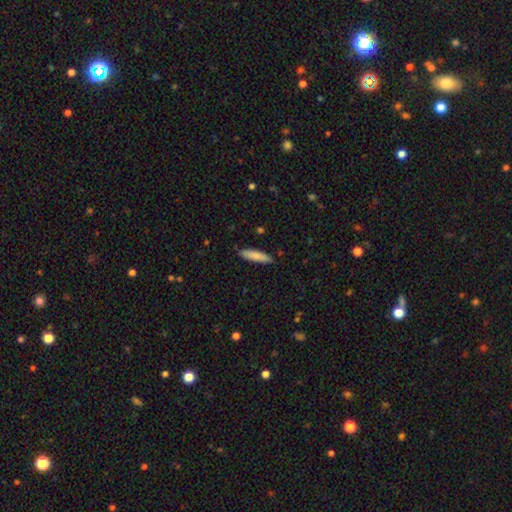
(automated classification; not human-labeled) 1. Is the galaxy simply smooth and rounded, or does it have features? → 83% smooth, 11% featured or disk, 6% star or artifact.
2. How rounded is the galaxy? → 77% cigar-shaped, 21% in between, 1% round.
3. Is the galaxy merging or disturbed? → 86% none, 11% minor disturbance, 2% major disturbance, 1% merger.